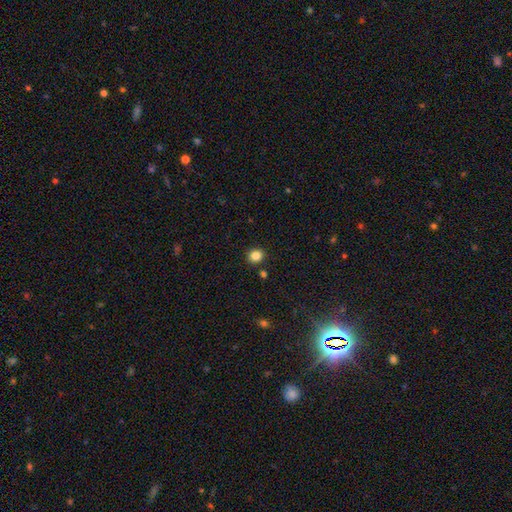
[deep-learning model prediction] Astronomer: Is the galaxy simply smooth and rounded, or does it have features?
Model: smooth — 84%.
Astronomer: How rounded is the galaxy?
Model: round — 78%.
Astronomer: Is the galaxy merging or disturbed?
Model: none — 89%.